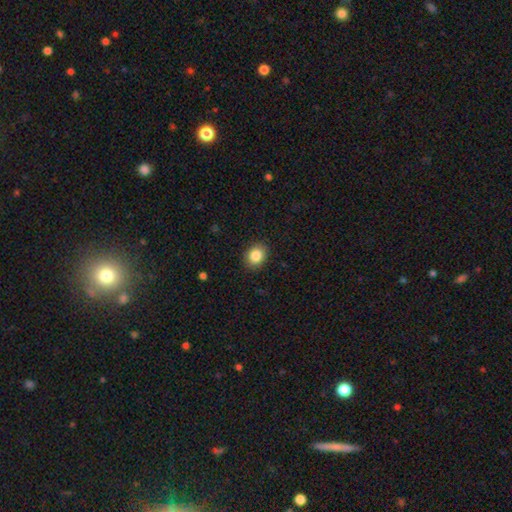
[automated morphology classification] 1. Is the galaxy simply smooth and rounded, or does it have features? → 85% smooth, 9% star or artifact, 6% featured or disk.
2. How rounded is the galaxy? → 51% in between, 48% round, 1% cigar-shaped.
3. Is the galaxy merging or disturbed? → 89% none, 8% minor disturbance, 2% major disturbance, 1% merger.